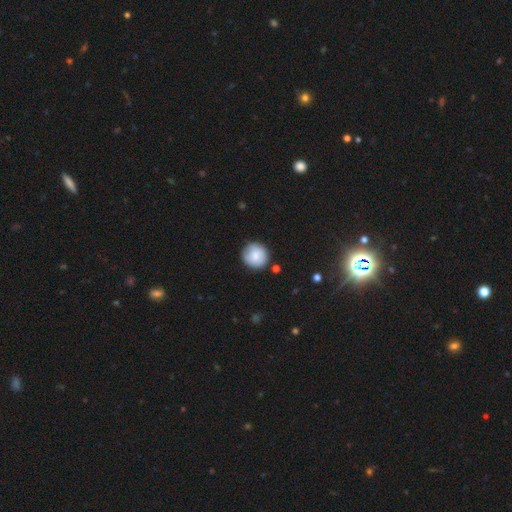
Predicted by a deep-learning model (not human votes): Overall: smooth (79%). How rounded: round (92%). Merging: none (85%).